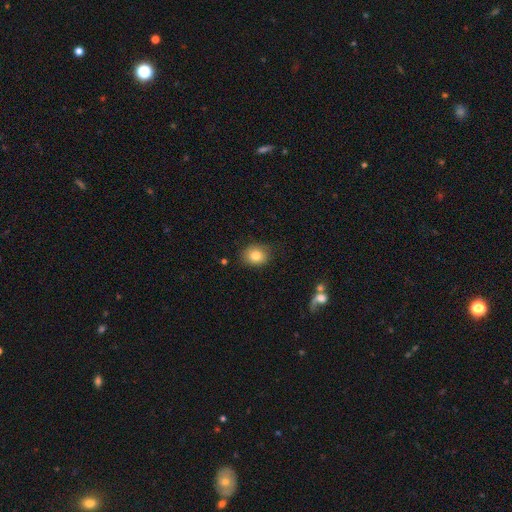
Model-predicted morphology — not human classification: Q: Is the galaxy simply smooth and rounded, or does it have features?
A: smooth — 82%.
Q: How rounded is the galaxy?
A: round — 60%.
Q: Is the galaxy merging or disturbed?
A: none — 82%.